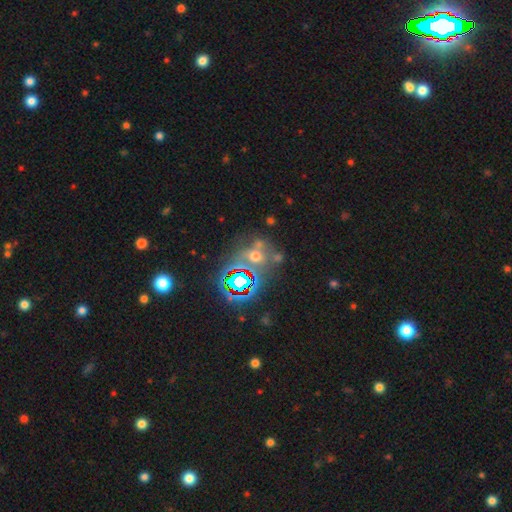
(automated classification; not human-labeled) Smooth or featured: star or artifact — 44% (smooth — 36%)